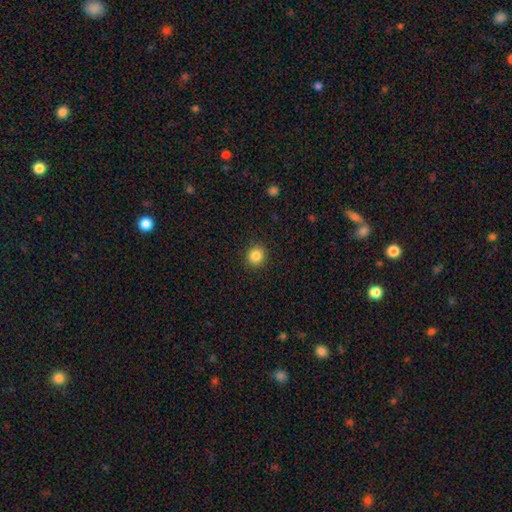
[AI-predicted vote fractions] The model was most divided on "smooth or featured": smooth: 86%, star or artifact: 10%, featured or disk: 4%. More confident: merging — none (91%); how rounded — round (91%).